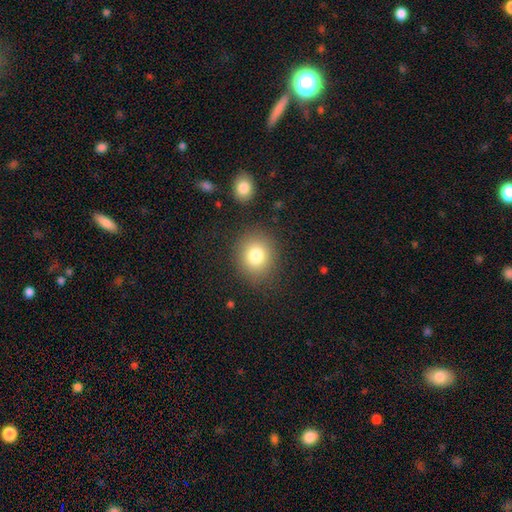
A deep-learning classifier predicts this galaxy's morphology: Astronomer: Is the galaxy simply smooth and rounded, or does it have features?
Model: smooth — 80%.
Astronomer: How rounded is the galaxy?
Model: round — 76%.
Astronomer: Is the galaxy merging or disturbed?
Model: none — 85%.